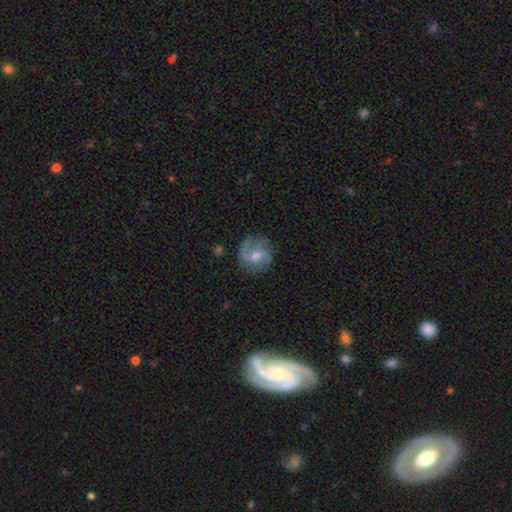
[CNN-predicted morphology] Smooth or featured? featured or disk (64%)
Edge-on disk? no (97%)
Bar? weak (52%)
Spiral arms? yes (86%)
Spiral winding? medium (43%)
Spiral arm count? 2 (60%)
Bulge size? moderate (57%)
Merging? none (66%)